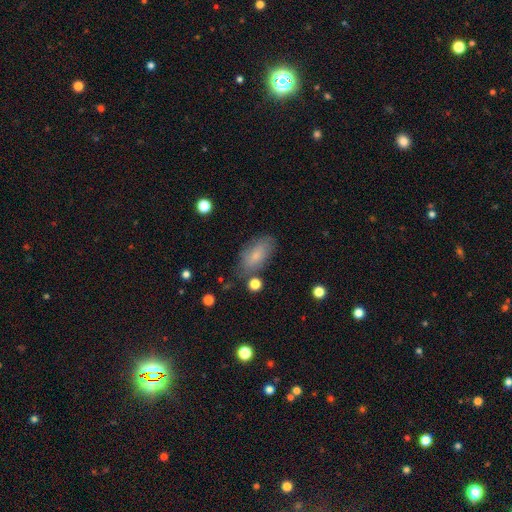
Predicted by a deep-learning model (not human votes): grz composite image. It shows a smooth galaxy with no disk features (73%) that is in between round and cigar-shaped (89%). Merging: none (72%).